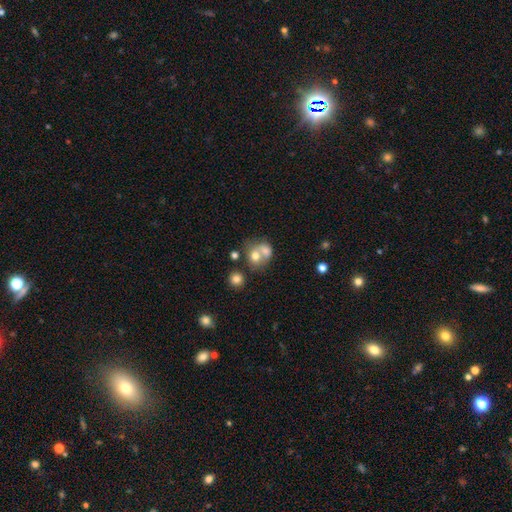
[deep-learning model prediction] Overall: smooth (67%). How rounded: round (65%; in between 34%). Merging: merger (63%; none 24%).